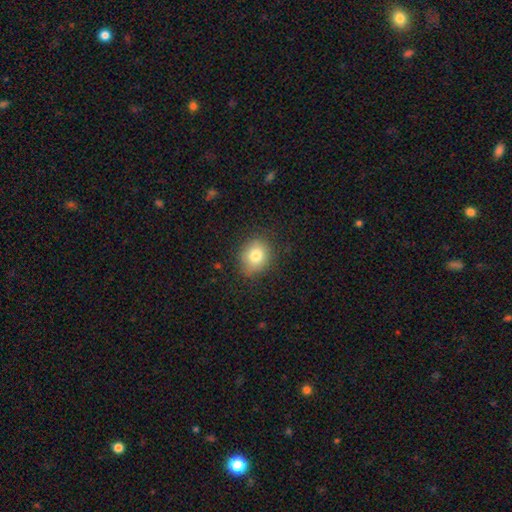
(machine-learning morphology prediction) A smooth galaxy with no disk features (80%) that is round (64%). Merging: none (82%).